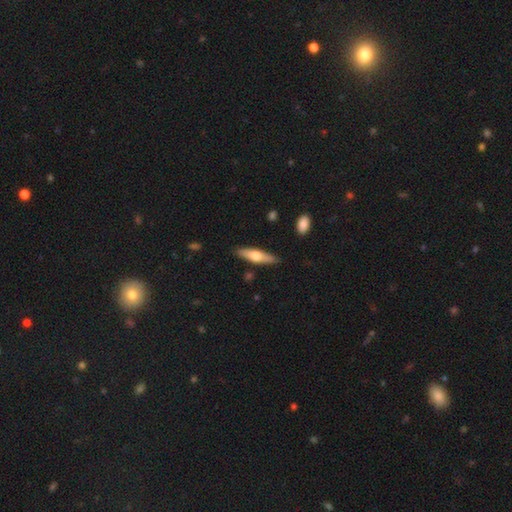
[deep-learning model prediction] Morphology: type=smooth (48%); merging=none (87%).